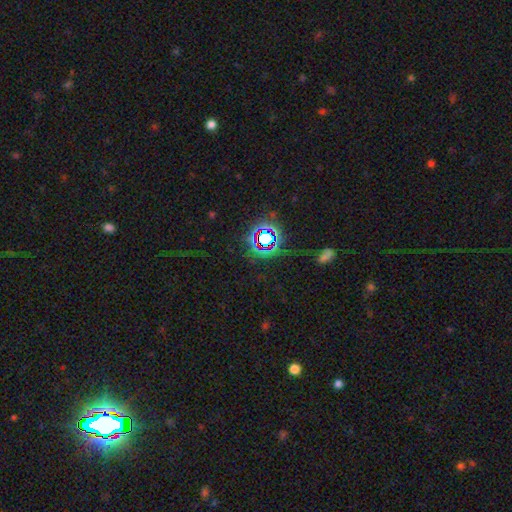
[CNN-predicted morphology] Overall: star or artifact (64%; smooth 27%).